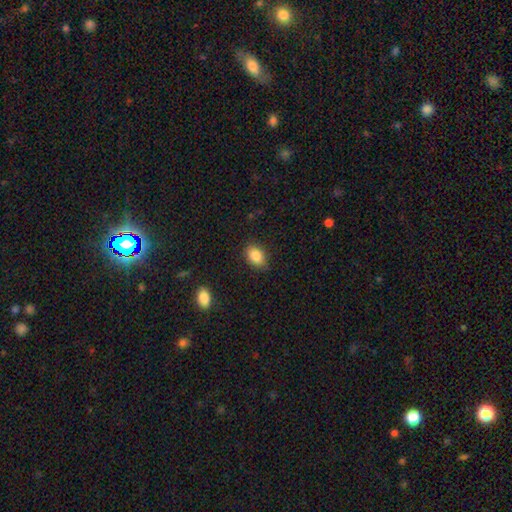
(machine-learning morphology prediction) Smooth or featured? Predicted: smooth (p=0.85). How rounded? Predicted: in between (p=0.79). Merging? Predicted: none (p=0.82).